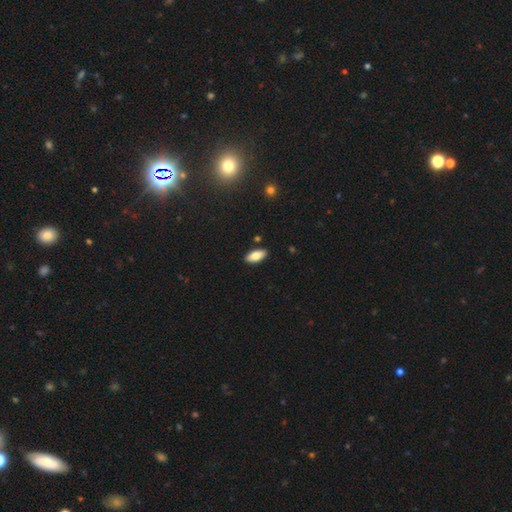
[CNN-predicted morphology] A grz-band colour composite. It shows a smooth galaxy with no disk features (79%) that is in between round and cigar-shaped (87%). Merging: none (89%).